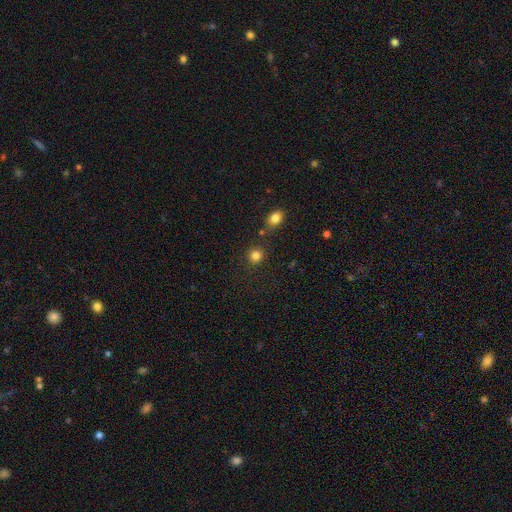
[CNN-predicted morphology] Smooth or featured?
  - smooth: 82% *
  - star or artifact: 13%
  - featured or disk: 5%
How rounded?
  - round: 88% *
  - in between: 11%
  - cigar-shaped: 1%
Merging?
  - none: 81% *
  - minor disturbance: 9%
  - merger: 7%
  - major disturbance: 3%